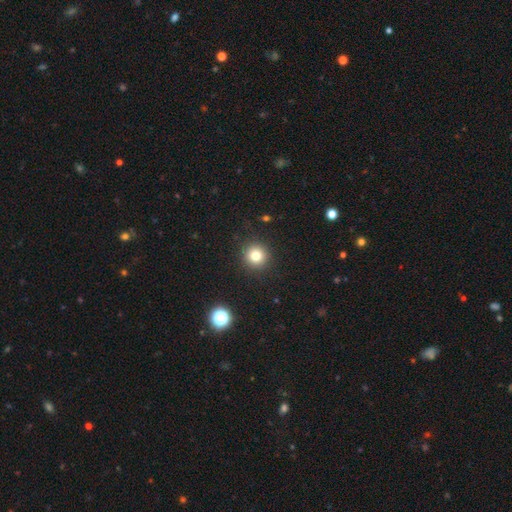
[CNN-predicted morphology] type=smooth (80%); roundness=round (94%); merging=none (91%).